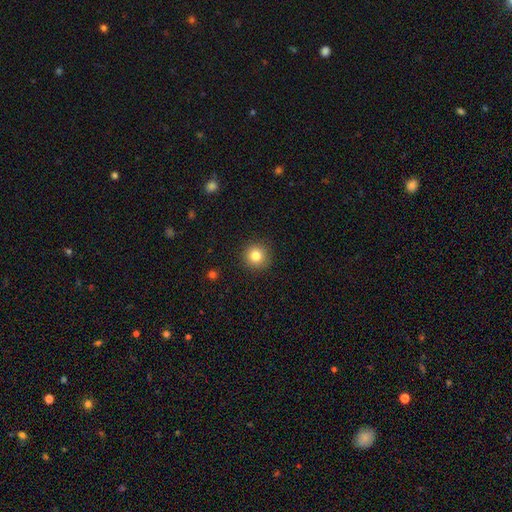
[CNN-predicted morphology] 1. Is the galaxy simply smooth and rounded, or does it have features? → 81% smooth, 12% star or artifact, 7% featured or disk.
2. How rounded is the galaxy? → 94% round, 5% in between, 1% cigar-shaped.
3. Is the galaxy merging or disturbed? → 91% none, 6% minor disturbance, 2% major disturbance, 1% merger.